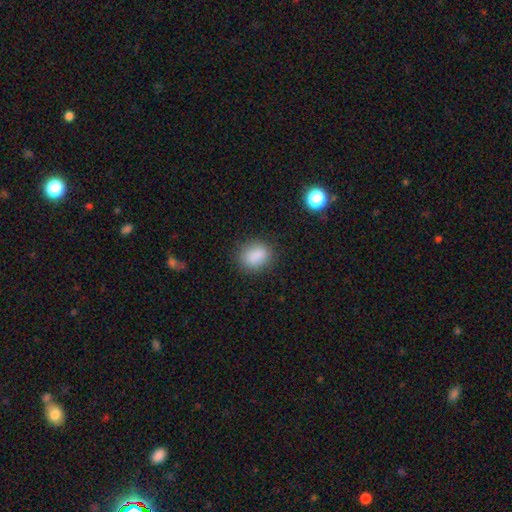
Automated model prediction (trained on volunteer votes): The model was most divided on "how rounded": in between: 51%, round: 48%, cigar-shaped: 1%. More confident: smooth or featured — smooth (85%); merging — none (80%).